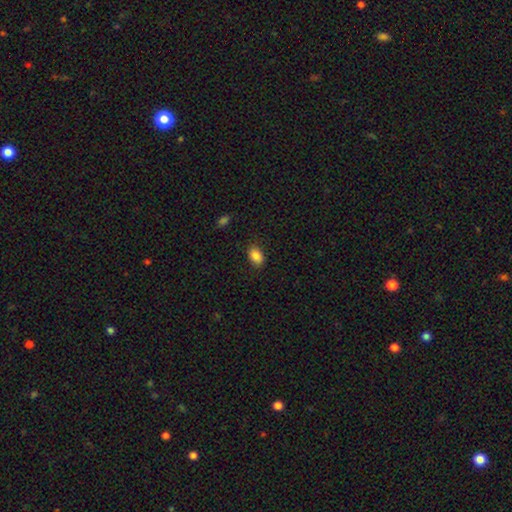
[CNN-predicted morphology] smooth-or-featured: smooth: 87% | star or artifact: 8% | featured or disk: 5%
  how-rounded: in between: 84% | round: 15% | cigar-shaped: 1%
  merging: none: 83% | minor disturbance: 13% | major disturbance: 3% | merger: 1%